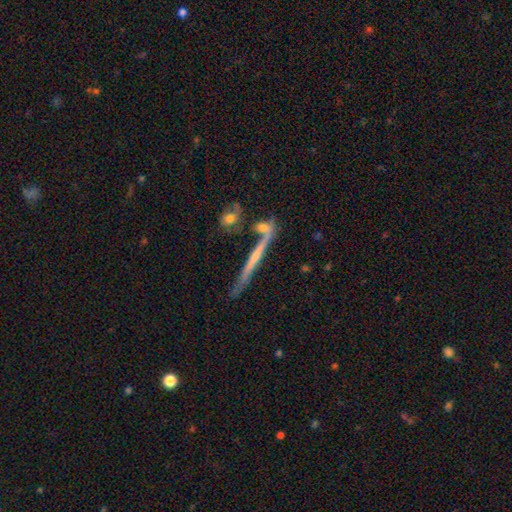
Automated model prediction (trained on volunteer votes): This is likely a featured or disk galaxy (66%). It is clearly viewed edge-on (93%). Edge-on bulge: possibly none (58%). Merging: likely none (64%).